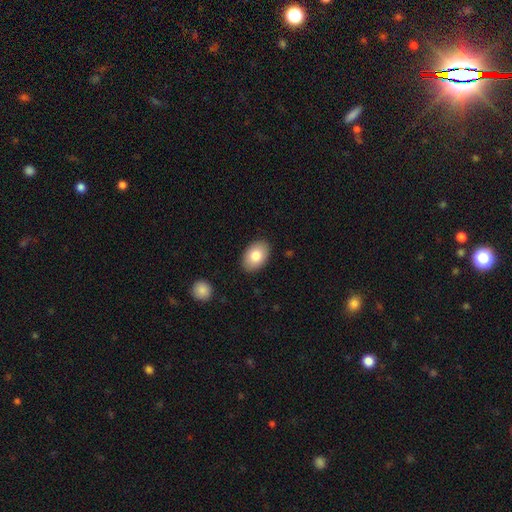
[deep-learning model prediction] Morphology: type=smooth (81%); roundness=in between (88%); merging=none (87%).